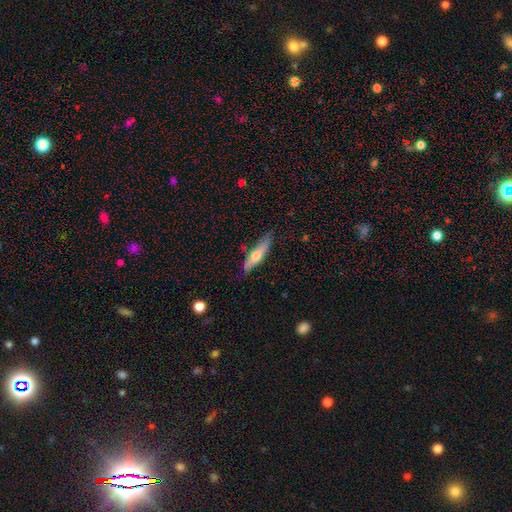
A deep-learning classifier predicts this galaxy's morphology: Smooth or featured? smooth (51%)
How rounded? cigar-shaped (79%)
Merging? none (80%)